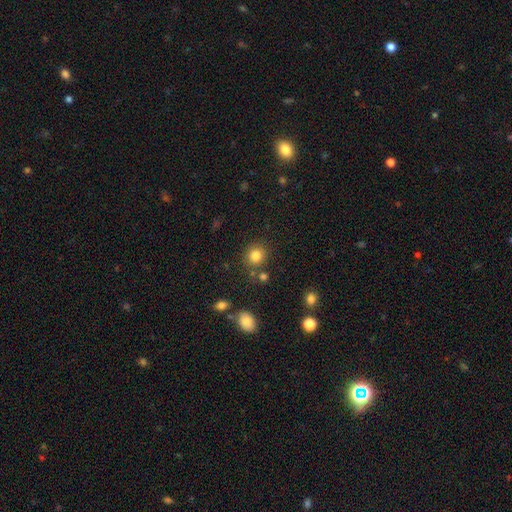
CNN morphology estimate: smooth_or_featured: smooth (p=0.82) [alt: star or artifact p=0.12]
how_rounded: round (p=0.87) [alt: in between p=0.12]
merging: none (p=0.81) [alt: minor disturbance p=0.09]